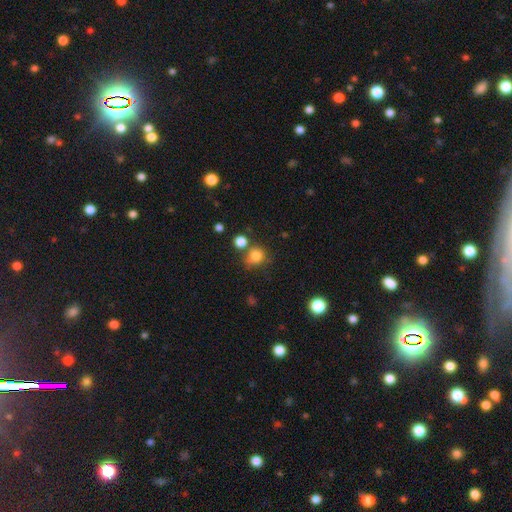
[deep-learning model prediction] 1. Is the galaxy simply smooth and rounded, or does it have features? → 81% smooth, 13% star or artifact, 6% featured or disk.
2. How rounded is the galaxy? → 86% round, 13% in between, 1% cigar-shaped.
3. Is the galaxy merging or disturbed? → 66% none, 15% merger, 14% minor disturbance, 5% major disturbance.